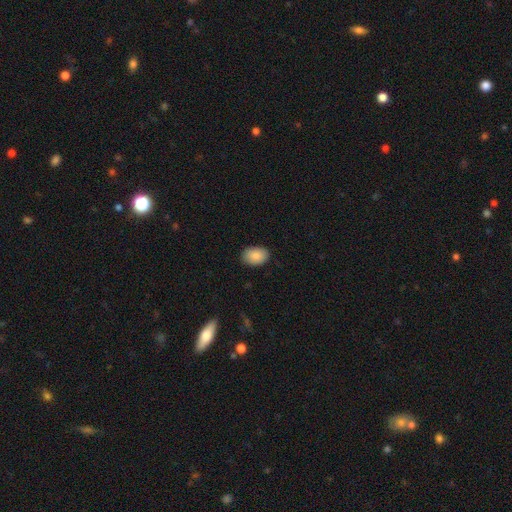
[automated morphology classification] smooth 88%, star or artifact 7%, featured or disk 5%. Down the decision tree: how rounded — in between (83%); merging — none (87%).